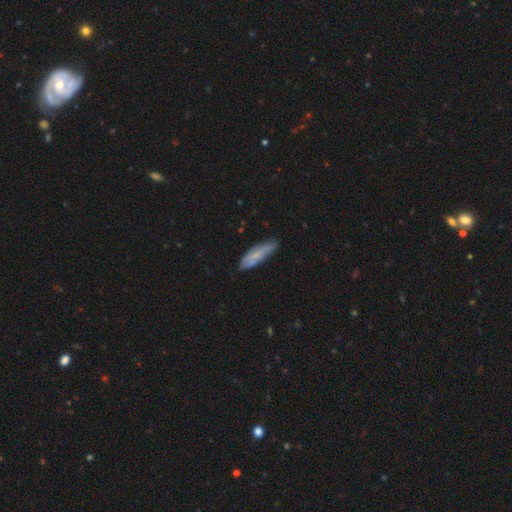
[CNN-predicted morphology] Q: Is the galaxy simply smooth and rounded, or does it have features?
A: smooth — 60%.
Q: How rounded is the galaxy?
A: cigar-shaped — 59%.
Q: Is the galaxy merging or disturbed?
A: none — 74%.